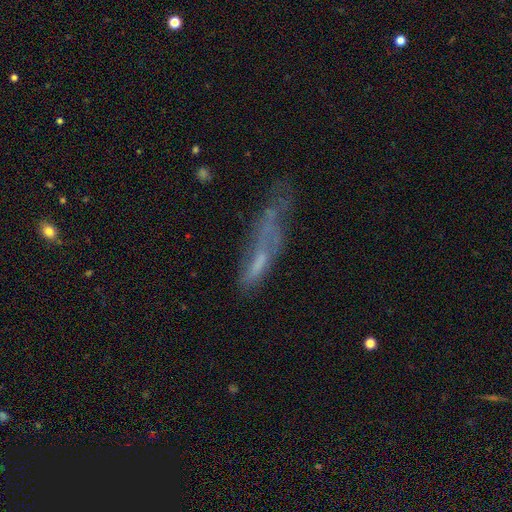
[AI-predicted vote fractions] Q: Smooth or featured?
A: smooth (43%); runner-up: featured or disk (40%)
Q: Merging?
A: none (39%); runner-up: major disturbance (29%)